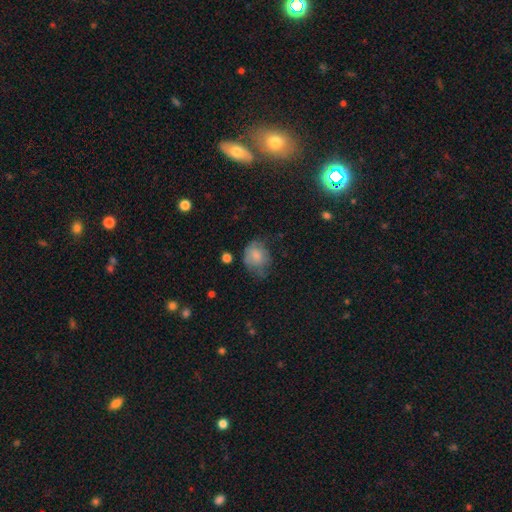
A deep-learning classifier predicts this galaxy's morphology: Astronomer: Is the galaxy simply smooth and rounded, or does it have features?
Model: smooth — 75%.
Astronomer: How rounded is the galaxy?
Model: round — 54% (runner-up: in between, 45%).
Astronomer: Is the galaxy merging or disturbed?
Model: none — 41% (runner-up: minor disturbance, 36%).